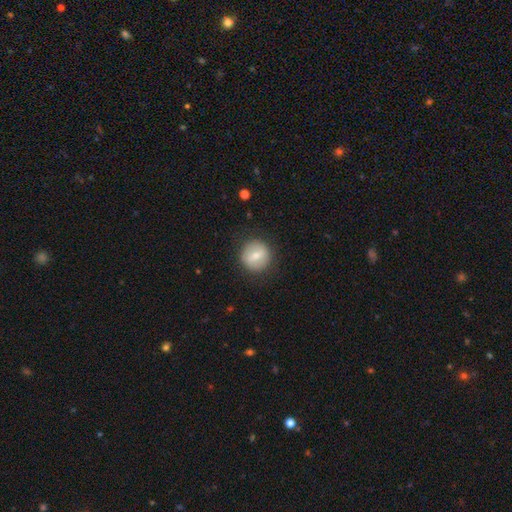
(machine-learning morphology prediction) smooth-or-featured: smooth: 60% | featured or disk: 33% | star or artifact: 7%
  how-rounded: round: 92% | in between: 7% | cigar-shaped: 1%
  merging: none: 86% | minor disturbance: 10% | major disturbance: 4% | merger: 1%